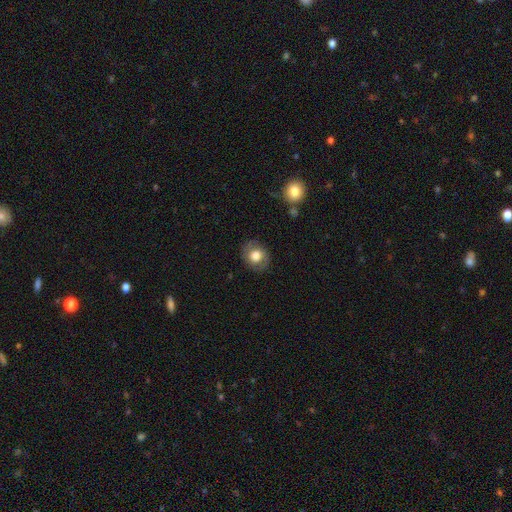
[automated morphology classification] This appears to be a smooth galaxy with no disk features (69%) that is round (66%). Merging: none (83%).